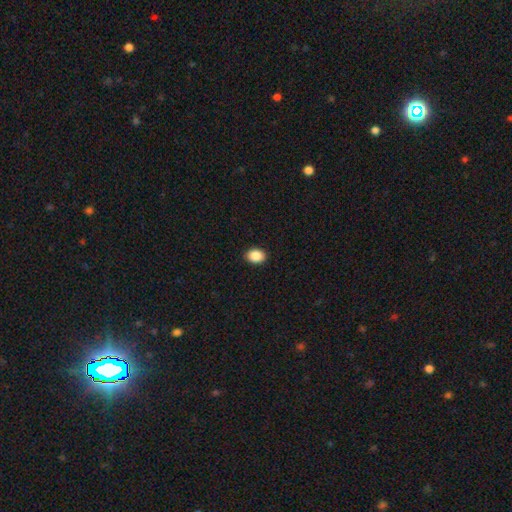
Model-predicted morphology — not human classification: Smooth or featured? Predicted: smooth (p=0.88). How rounded? Predicted: in between (p=0.64). Merging? Predicted: none (p=0.91).